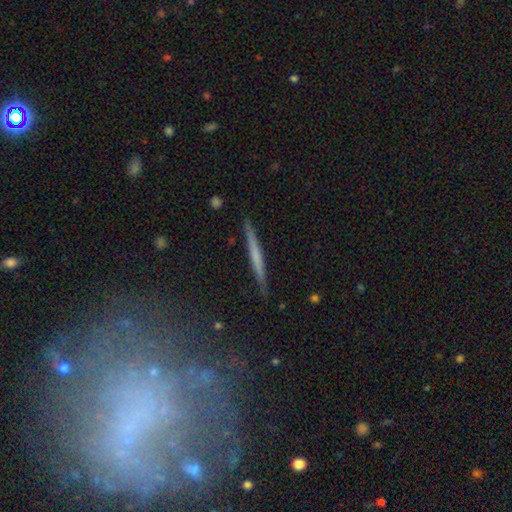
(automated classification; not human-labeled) featured or disk 49%, smooth 44%, star or artifact 6%. Down the decision tree: merging — none (90%).